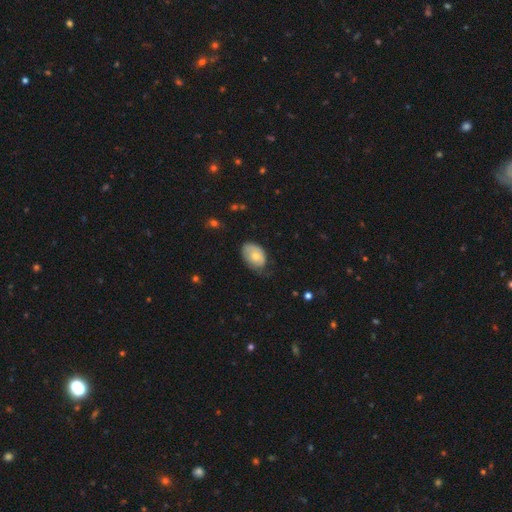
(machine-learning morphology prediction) Smooth or featured? smooth (70%)
How rounded? in between (85%)
Merging? none (50%)